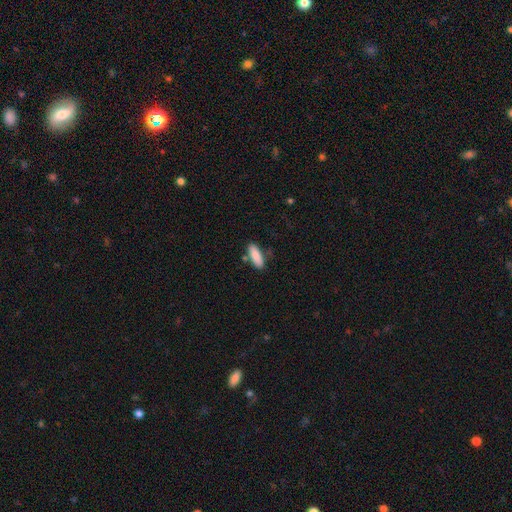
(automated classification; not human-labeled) A smooth galaxy with no disk features (87%) that is in between round and cigar-shaped (62%). Merging: none (77%).